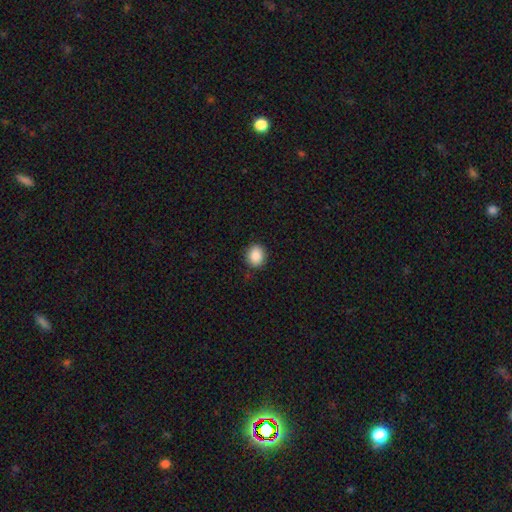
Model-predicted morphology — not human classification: Smooth or featured? Predicted: smooth (p=0.88). How rounded? Predicted: round (p=0.73). Merging? Predicted: none (p=0.88).